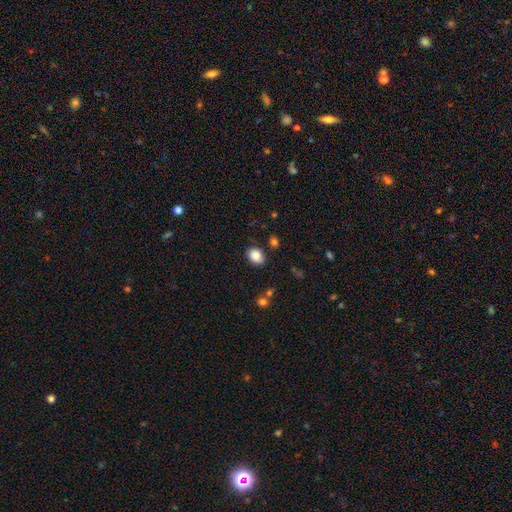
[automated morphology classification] Q: Smooth or featured?
A: smooth (87%); runner-up: star or artifact (9%)
Q: How rounded?
A: in between (57%); runner-up: round (42%)
Q: Merging?
A: none (79%); runner-up: minor disturbance (14%)